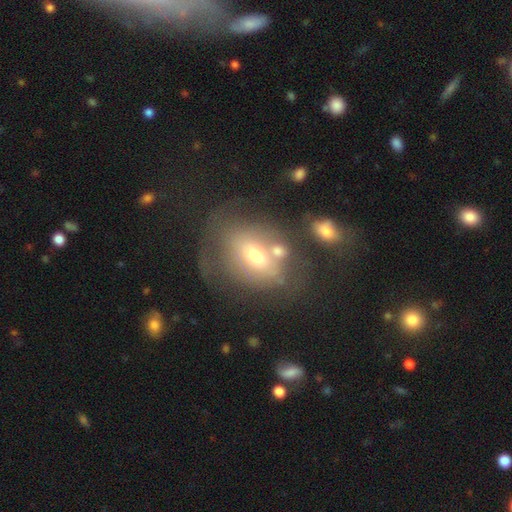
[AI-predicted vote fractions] Q: Smooth or featured?
A: smooth (52%); runner-up: featured or disk (37%)
Q: How rounded?
A: in between (70%); runner-up: round (28%)
Q: Merging?
A: none (41%); runner-up: merger (23%)